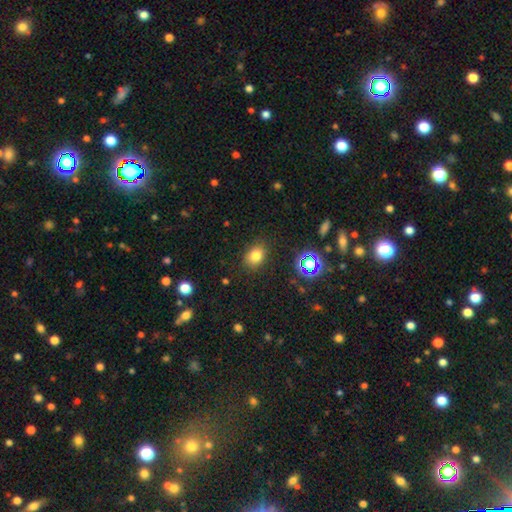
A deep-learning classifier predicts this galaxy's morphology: type=smooth (77%); roundness=in between (62%); merging=none (84%).